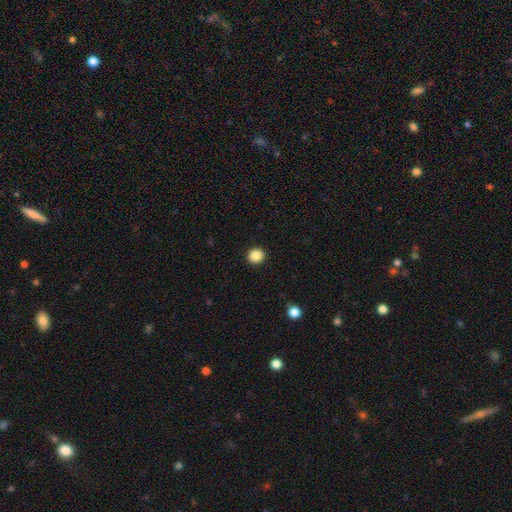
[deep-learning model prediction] The model was most divided on "smooth or featured": smooth: 87%, star or artifact: 10%, featured or disk: 3%. More confident: merging — none (93%); how rounded — round (89%).